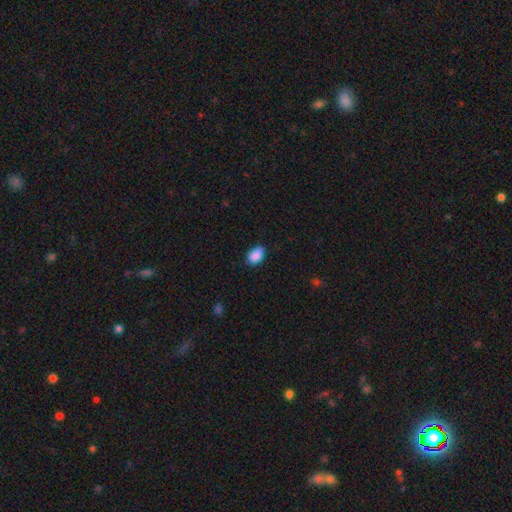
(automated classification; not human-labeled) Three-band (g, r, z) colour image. It shows a smooth galaxy with no disk features (88%) that is in between round and cigar-shaped (83%). Merging: none (69%).